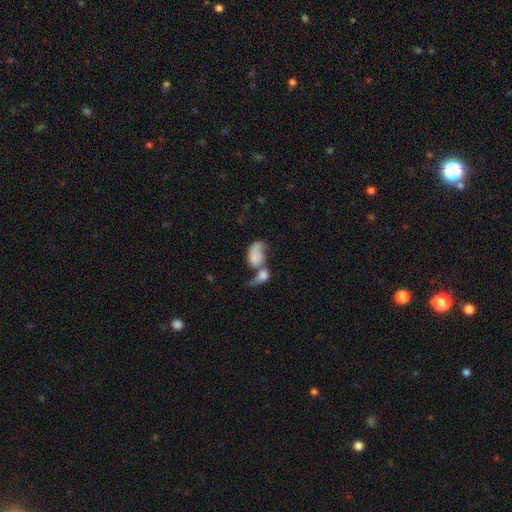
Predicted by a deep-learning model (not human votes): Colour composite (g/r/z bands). It shows a smooth galaxy with no disk features (53%) that is in between round and cigar-shaped (80%). Merging: merger (68%).